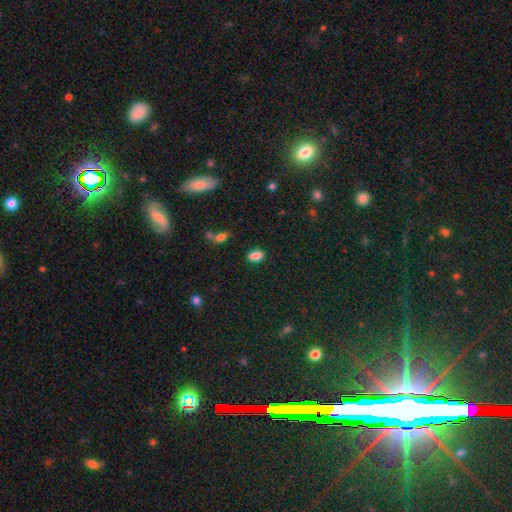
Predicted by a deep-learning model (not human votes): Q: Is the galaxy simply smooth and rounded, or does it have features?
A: smooth — 85%.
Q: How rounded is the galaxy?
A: in between — 88%.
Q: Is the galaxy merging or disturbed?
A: none — 86%.